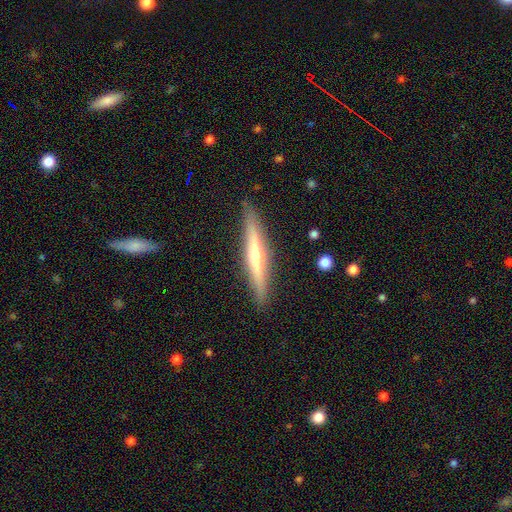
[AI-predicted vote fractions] smooth_or_featured: featured or disk (p=0.71) [alt: smooth p=0.24]
disk_edge_on: yes (p=0.96) [alt: no p=0.04]
edge_on_bulge: rounded (p=0.85) [alt: none p=0.12]
merging: none (p=0.90) [alt: minor disturbance p=0.07]